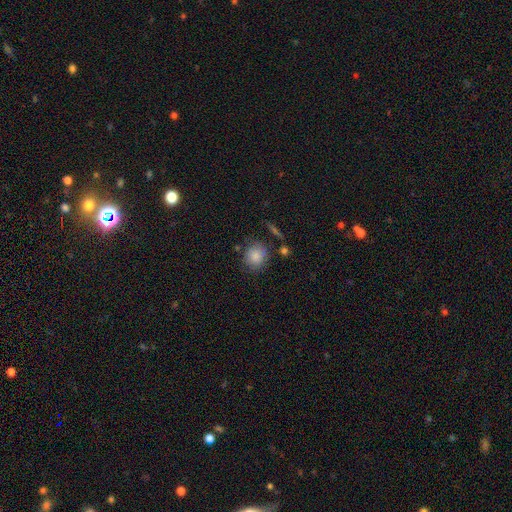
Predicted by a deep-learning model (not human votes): This is clearly a smooth galaxy (84%). How rounded: clearly round (84%). Merging: likely none (72%).